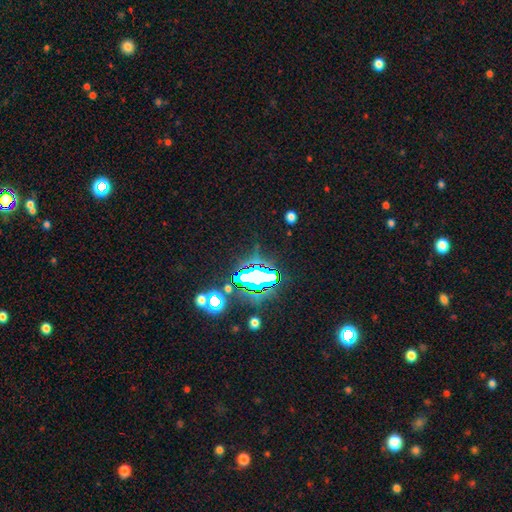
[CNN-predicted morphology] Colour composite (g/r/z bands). It shows a star or artifact, not a galaxy (79%).